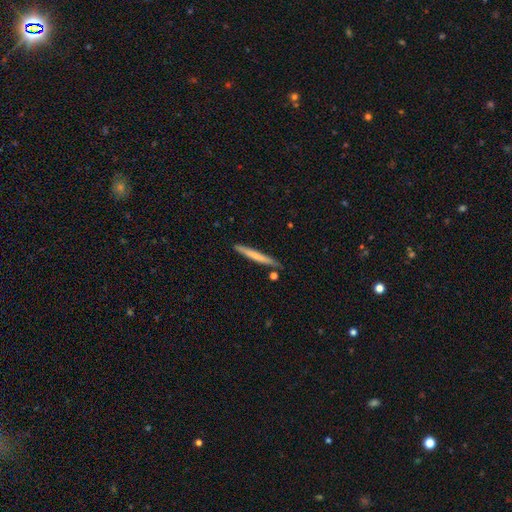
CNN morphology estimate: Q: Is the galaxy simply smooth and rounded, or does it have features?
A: smooth — 64%.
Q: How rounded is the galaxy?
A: cigar-shaped — 96%.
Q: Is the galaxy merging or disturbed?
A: none — 84%.